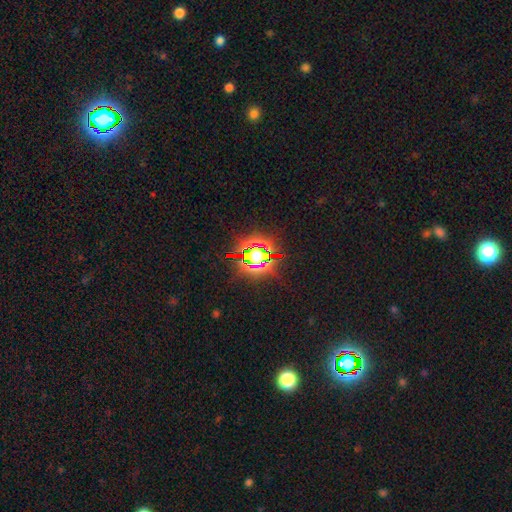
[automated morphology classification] The model was most divided on "smooth or featured": star or artifact: 68%, smooth: 19%, featured or disk: 13%.